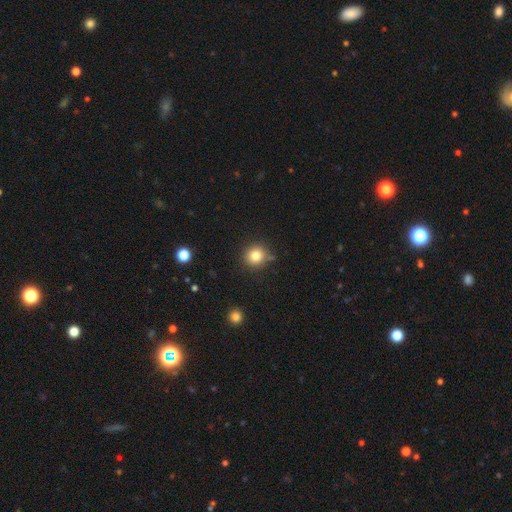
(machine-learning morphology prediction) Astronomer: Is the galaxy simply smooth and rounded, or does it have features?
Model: smooth — 82%.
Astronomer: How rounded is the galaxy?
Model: round — 89%.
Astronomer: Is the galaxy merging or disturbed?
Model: none — 82%.